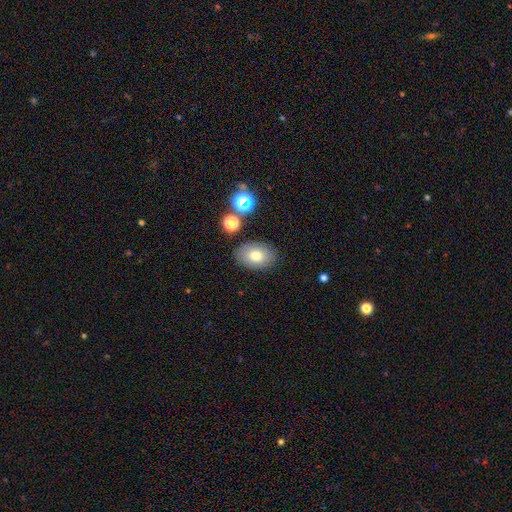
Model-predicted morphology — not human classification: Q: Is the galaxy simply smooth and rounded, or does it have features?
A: smooth — 77%.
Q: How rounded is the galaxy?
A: in between — 83%.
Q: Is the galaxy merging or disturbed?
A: none — 84%.